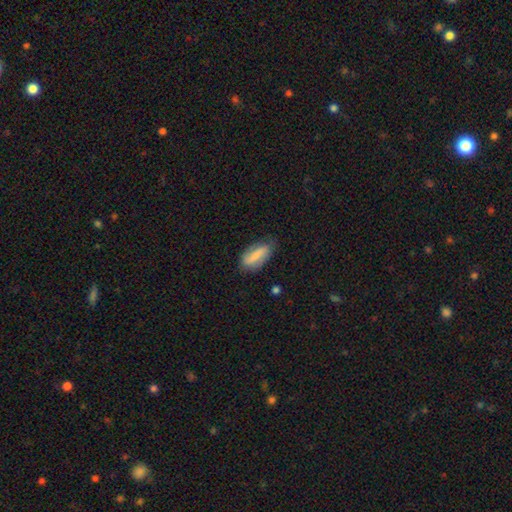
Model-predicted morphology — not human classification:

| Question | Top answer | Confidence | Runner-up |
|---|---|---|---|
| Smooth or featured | smooth | 64% | featured or disk (29%) |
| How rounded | in between | 77% | cigar-shaped (20%) |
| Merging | none | 70% | minor disturbance (23%) |